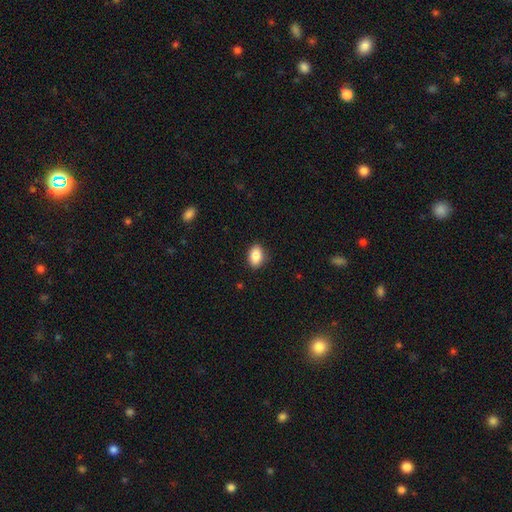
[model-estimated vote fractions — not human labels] Overall: smooth (87%). How rounded: in between (86%). Merging: none (87%).